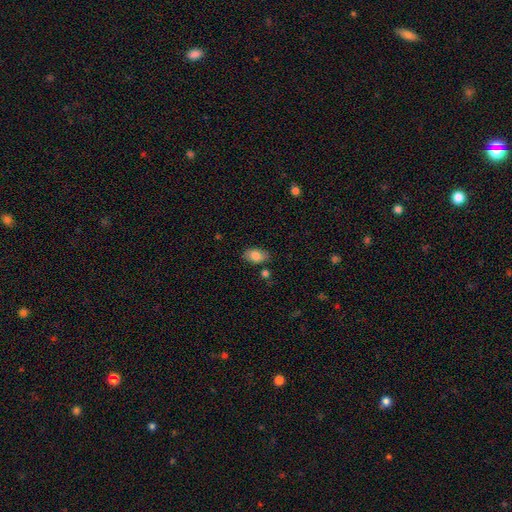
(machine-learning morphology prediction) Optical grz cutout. It shows a smooth galaxy with no disk features (81%) that is in between round and cigar-shaped (90%). Merging: none (79%).